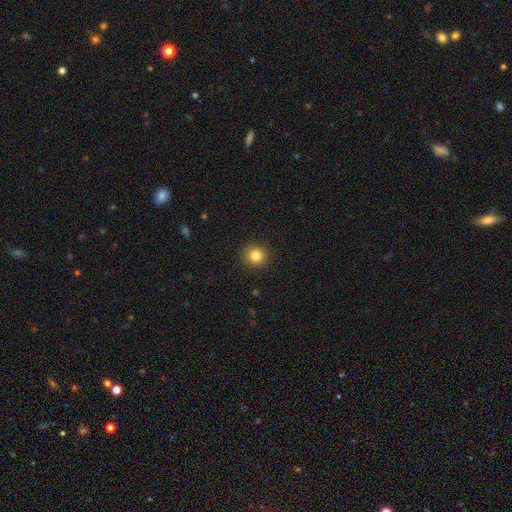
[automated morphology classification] Q: Smooth or featured?
A: smooth (82%); runner-up: star or artifact (11%)
Q: How rounded?
A: round (91%); runner-up: in between (8%)
Q: Merging?
A: none (92%); runner-up: minor disturbance (5%)